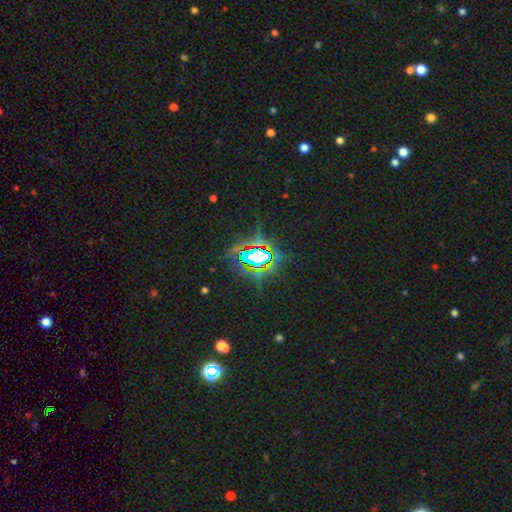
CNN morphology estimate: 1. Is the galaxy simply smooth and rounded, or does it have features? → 76% star or artifact, 14% smooth, 11% featured or disk.